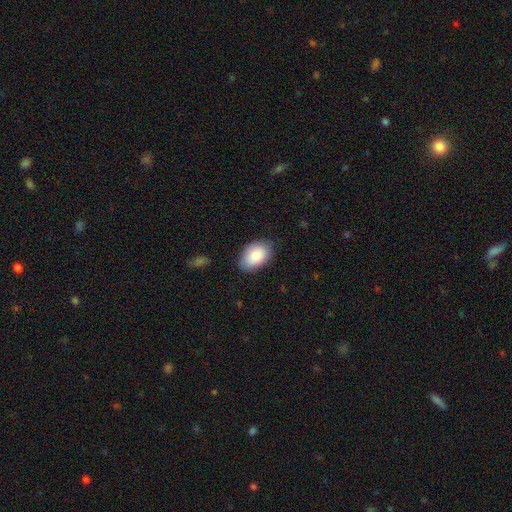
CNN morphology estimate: type=smooth (87%); roundness=in between (90%); merging=none (79%).